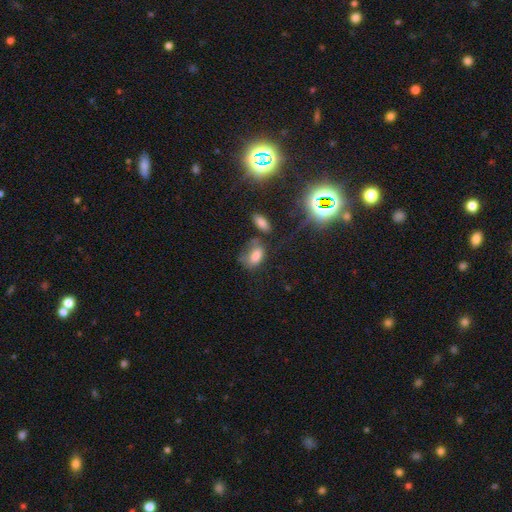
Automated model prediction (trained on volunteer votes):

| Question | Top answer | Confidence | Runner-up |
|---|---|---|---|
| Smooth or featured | smooth | 71% | star or artifact (15%) |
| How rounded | in between | 87% | round (10%) |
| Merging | none | 34% | minor disturbance (27%) |